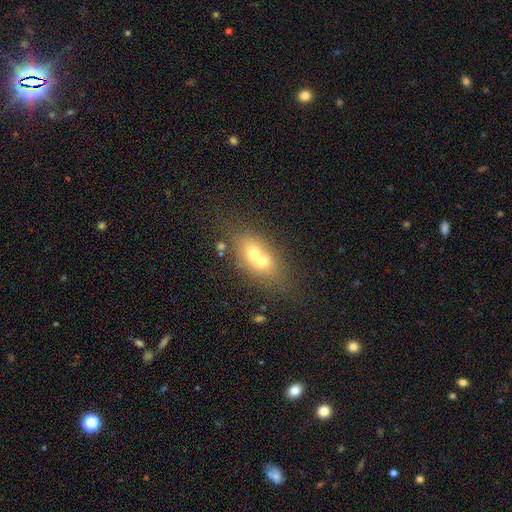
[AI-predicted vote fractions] Overall: smooth (58%; featured or disk 30%). How rounded: in between (60%; round 35%). Merging: merger (67%).